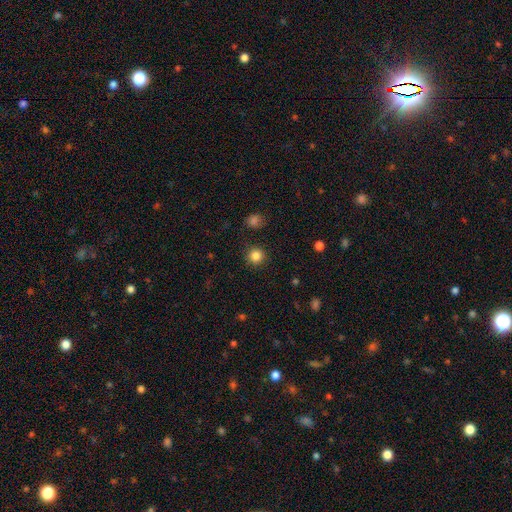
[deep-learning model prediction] smooth-or-featured: smooth: 85% | star or artifact: 12% | featured or disk: 4%
  how-rounded: round: 94% | in between: 5% | cigar-shaped: 1%
  merging: none: 89% | minor disturbance: 7% | major disturbance: 2% | merger: 2%